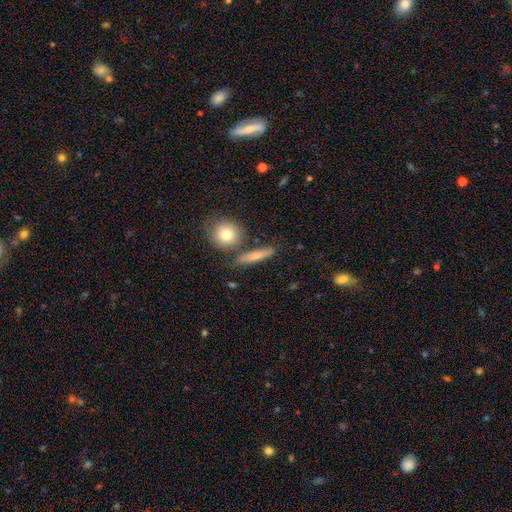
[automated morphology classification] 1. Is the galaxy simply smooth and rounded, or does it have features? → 71% smooth, 21% featured or disk, 8% star or artifact.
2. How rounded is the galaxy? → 71% cigar-shaped, 17% in between, 12% round.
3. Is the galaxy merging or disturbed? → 74% none, 12% minor disturbance, 10% merger, 4% major disturbance.